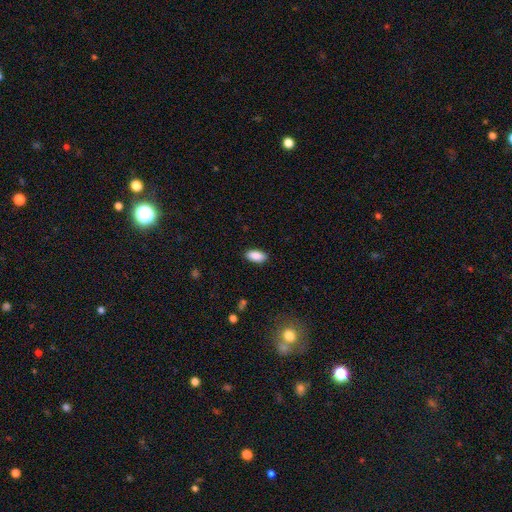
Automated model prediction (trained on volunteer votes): Smooth or featured?
  - smooth: 89% *
  - star or artifact: 7%
  - featured or disk: 4%
How rounded?
  - in between: 92% *
  - cigar-shaped: 5%
  - round: 3%
Merging?
  - none: 88% *
  - minor disturbance: 9%
  - major disturbance: 2%
  - merger: 1%